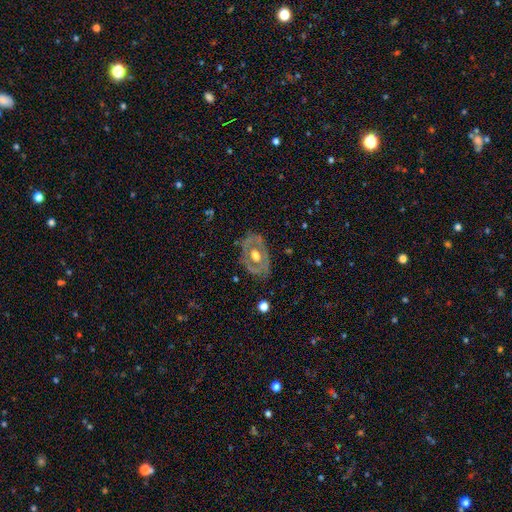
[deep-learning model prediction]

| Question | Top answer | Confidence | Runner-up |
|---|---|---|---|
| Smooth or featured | featured or disk | 68% | smooth (27%) |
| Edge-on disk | no | 92% | yes (8%) |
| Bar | no | 80% | weak (16%) |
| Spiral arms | no | 70% | yes (30%) |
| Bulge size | moderate | 59% | large (33%) |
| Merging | none | 71% | minor disturbance (20%) |